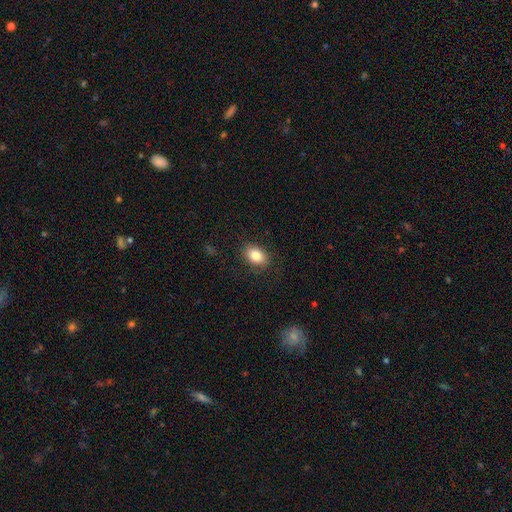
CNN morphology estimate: A smooth galaxy with no disk features (85%) that is in between round and cigar-shaped (81%).

Vote fractions:
- Smooth or featured? smooth: 85% / star or artifact: 8% / featured or disk: 7%
- How rounded? in between: 81% / round: 18% / cigar-shaped: 1%
- Merging? none: 85% / minor disturbance: 11% / major disturbance: 3% / merger: 1%